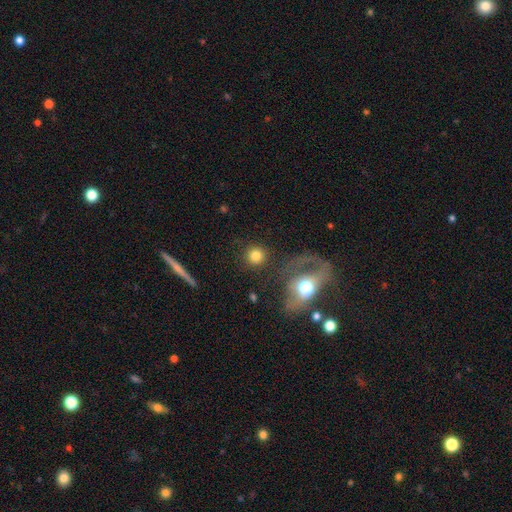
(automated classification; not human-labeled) Smooth or featured? smooth (79%)
How rounded? round (93%)
Merging? none (84%)